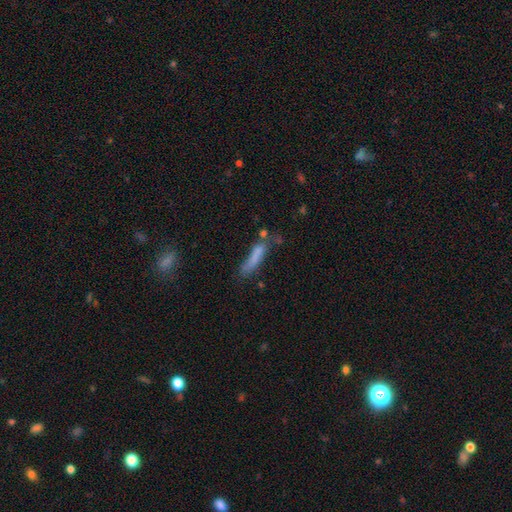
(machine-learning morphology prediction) smooth_or_featured: smooth (p=0.71) [alt: featured or disk p=0.19]
how_rounded: cigar-shaped (p=0.78) [alt: in between p=0.20]
merging: none (p=0.44) [alt: minor disturbance p=0.25]